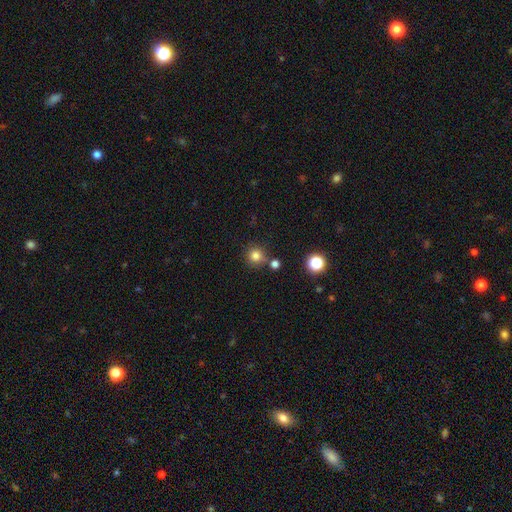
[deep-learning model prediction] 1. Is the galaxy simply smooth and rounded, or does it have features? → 81% smooth, 14% star or artifact, 6% featured or disk.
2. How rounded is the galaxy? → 93% round, 6% in between, 1% cigar-shaped.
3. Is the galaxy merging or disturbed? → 77% none, 11% merger, 9% minor disturbance, 3% major disturbance.